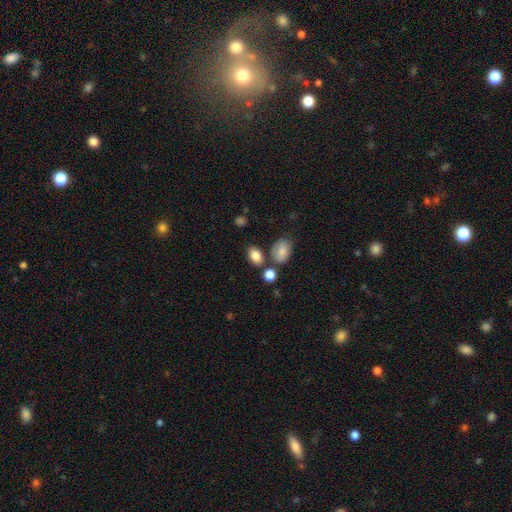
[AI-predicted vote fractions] This is clearly a smooth galaxy (84%). How rounded: clearly in between (83%). Merging: likely none (68%).